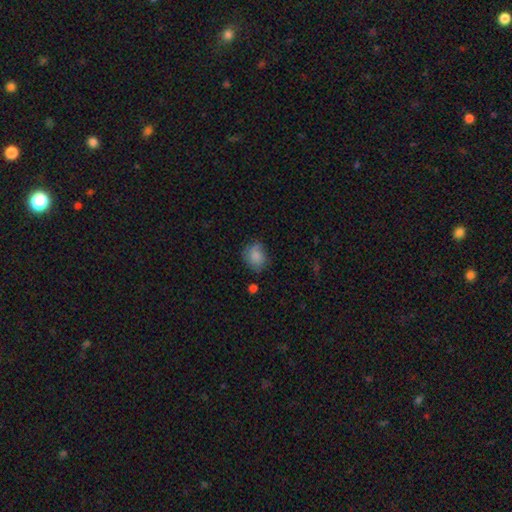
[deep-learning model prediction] This is likely a smooth galaxy (80%). How rounded: possibly round (53%). Merging: likely none (65%).